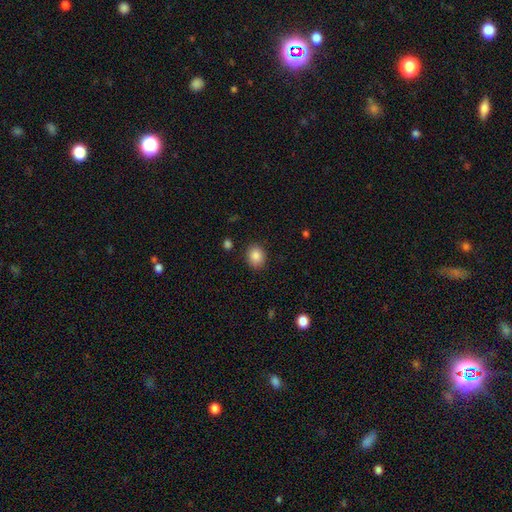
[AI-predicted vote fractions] Smooth or featured: smooth — 87% (star or artifact — 9%)
How rounded: round — 58% (in between — 41%)
Merging: none — 87% (minor disturbance — 9%)